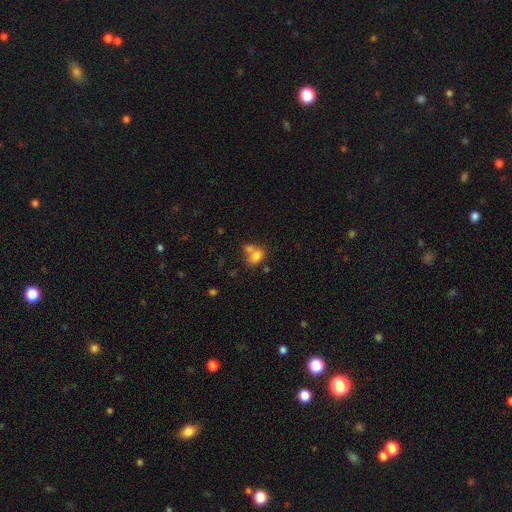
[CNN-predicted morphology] smooth_or_featured: smooth (p=0.78) [alt: featured or disk p=0.12]
how_rounded: in between (p=0.73) [alt: round p=0.26]
merging: merger (p=0.43) [alt: none p=0.39]